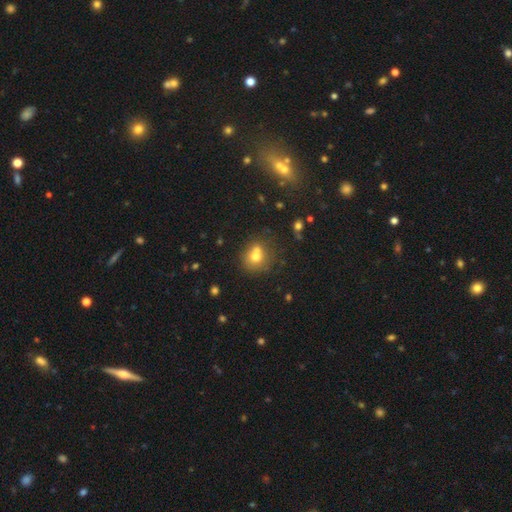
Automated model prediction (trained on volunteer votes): This is likely a smooth galaxy (69%). How rounded: likely round (67%). Merging: marginally merger (41%).